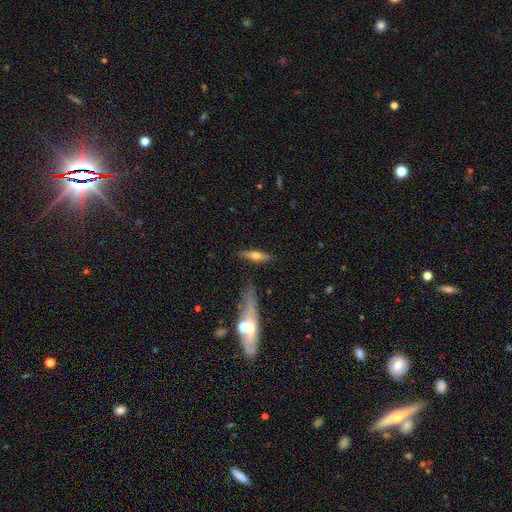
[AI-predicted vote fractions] smooth 50%, featured or disk 43%, star or artifact 7%. Down the decision tree: merging — none (81%).